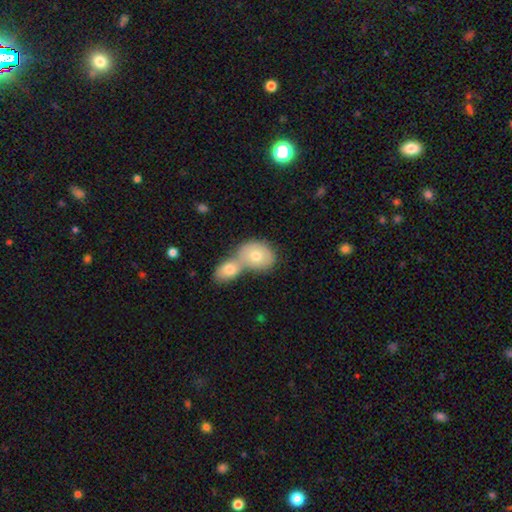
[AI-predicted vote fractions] smooth 67%, featured or disk 23%, star or artifact 10%. Down the decision tree: how rounded — round (59%); merging — merger (60%).